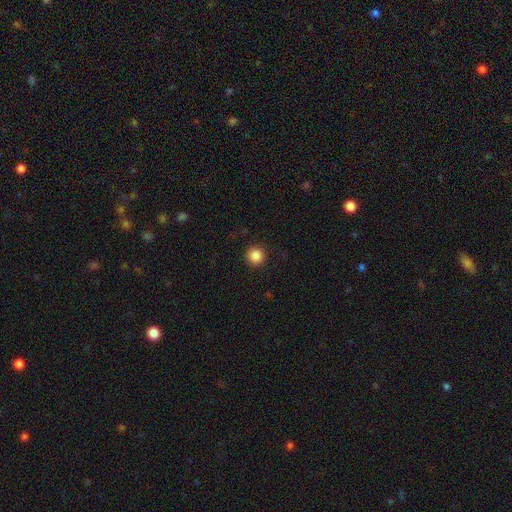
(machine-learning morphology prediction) This appears to be a smooth galaxy with no disk features (87%) that is round (95%). Merging: none (92%).